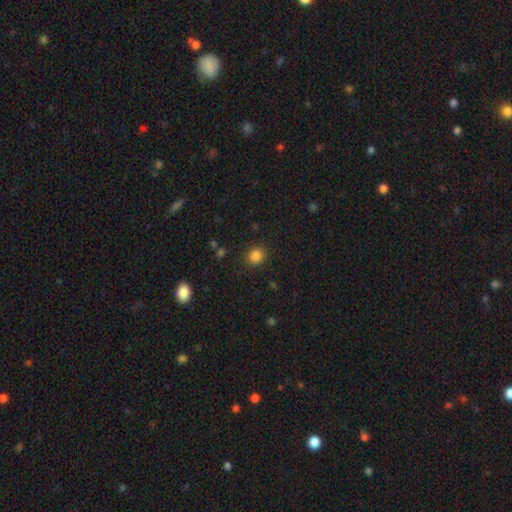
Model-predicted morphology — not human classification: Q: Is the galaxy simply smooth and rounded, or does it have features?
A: smooth — 84%.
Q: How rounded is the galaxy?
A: round — 83%.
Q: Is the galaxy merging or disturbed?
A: none — 89%.